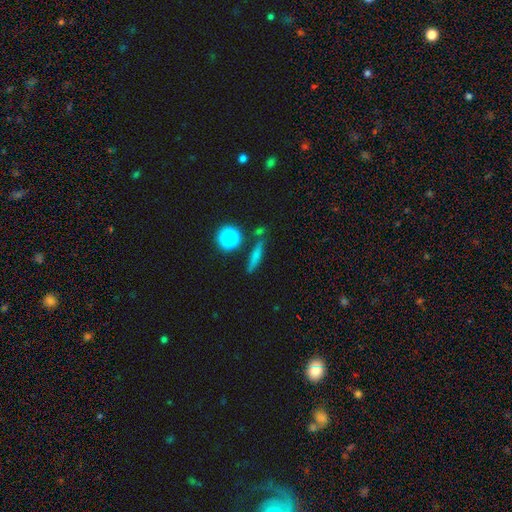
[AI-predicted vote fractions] Smooth or featured: smooth — 64% (featured or disk — 21%)
How rounded: cigar-shaped — 75% (in between — 13%)
Merging: none — 78% (minor disturbance — 12%)